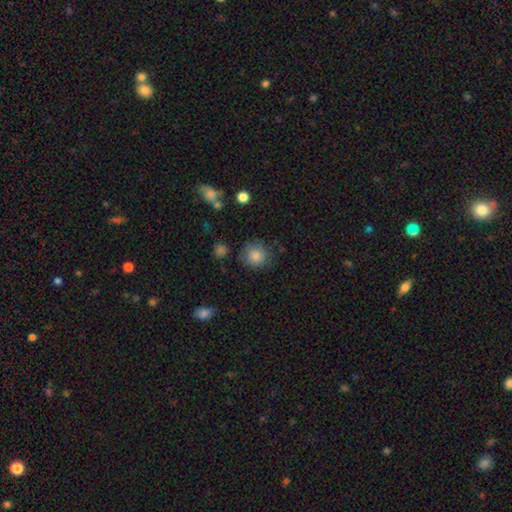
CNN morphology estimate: smooth-or-featured: smooth: 83% | star or artifact: 9% | featured or disk: 8%
  how-rounded: round: 89% | in between: 10% | cigar-shaped: 1%
  merging: none: 75% | minor disturbance: 17% | major disturbance: 6% | merger: 2%